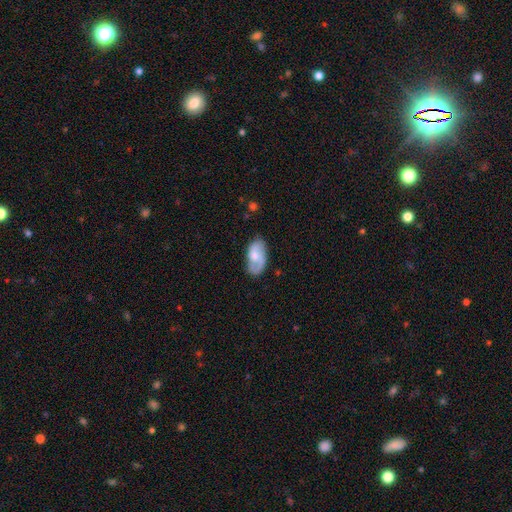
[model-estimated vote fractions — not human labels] Overall: featured or disk (49%; smooth 45%). Merging: none (67%).